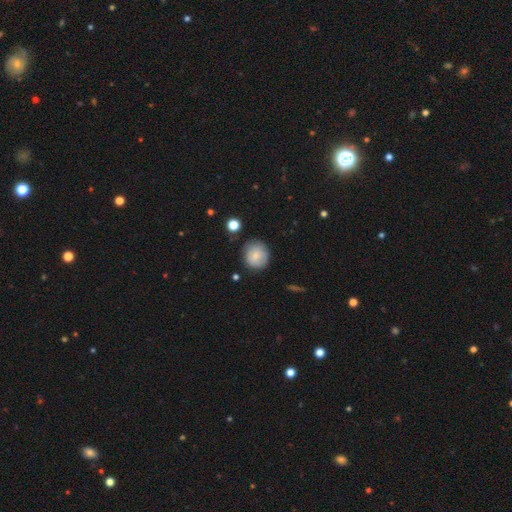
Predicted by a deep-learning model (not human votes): This is likely a smooth galaxy (77%). How rounded: clearly round (81%). Merging: likely none (76%).